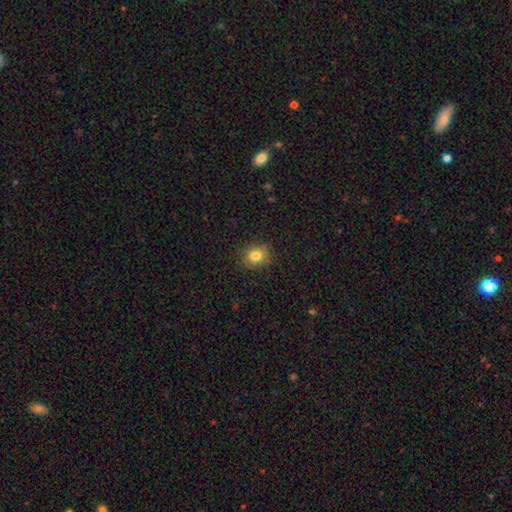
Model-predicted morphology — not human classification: The model was most divided on "how rounded": round: 71%, in between: 28%, cigar-shaped: 1%. More confident: merging — none (86%); smooth or featured — smooth (81%).